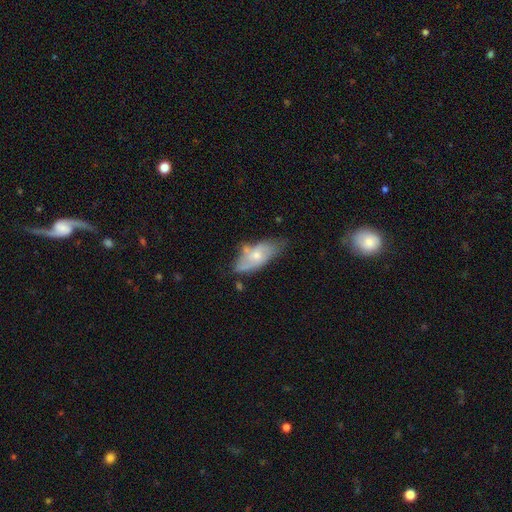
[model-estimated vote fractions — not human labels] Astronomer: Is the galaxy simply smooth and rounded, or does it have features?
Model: smooth — 50% (runner-up: featured or disk, 44%).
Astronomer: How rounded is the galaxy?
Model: in between — 85%.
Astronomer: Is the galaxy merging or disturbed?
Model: none — 46% (runner-up: minor disturbance, 31%).